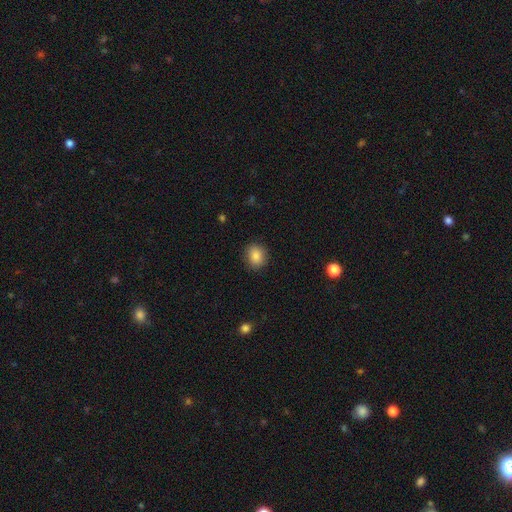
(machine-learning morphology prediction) This appears to be a smooth galaxy with no disk features (85%) that is round (71%). Merging: none (88%).